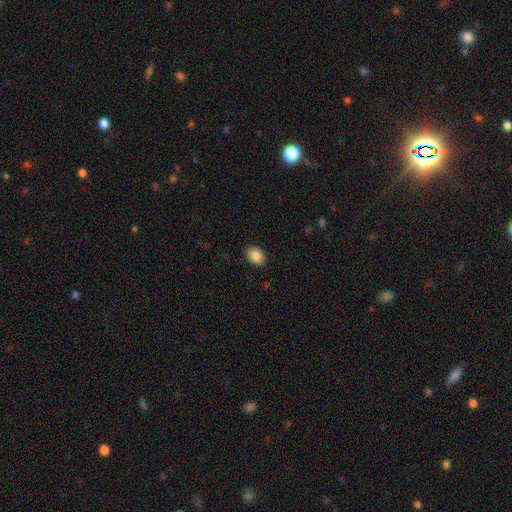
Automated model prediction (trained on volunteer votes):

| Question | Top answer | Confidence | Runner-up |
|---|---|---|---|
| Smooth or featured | smooth | 86% | star or artifact (8%) |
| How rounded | in between | 76% | round (23%) |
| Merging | none | 89% | minor disturbance (8%) |